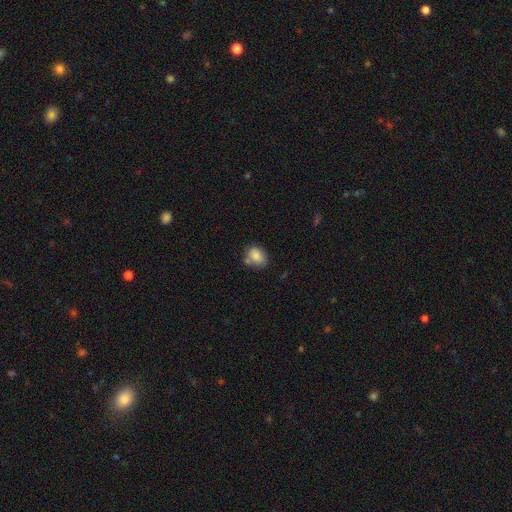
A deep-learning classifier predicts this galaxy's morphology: smooth 84%, star or artifact 8%, featured or disk 7%. Down the decision tree: how rounded — in between (70%); merging — none (59%).